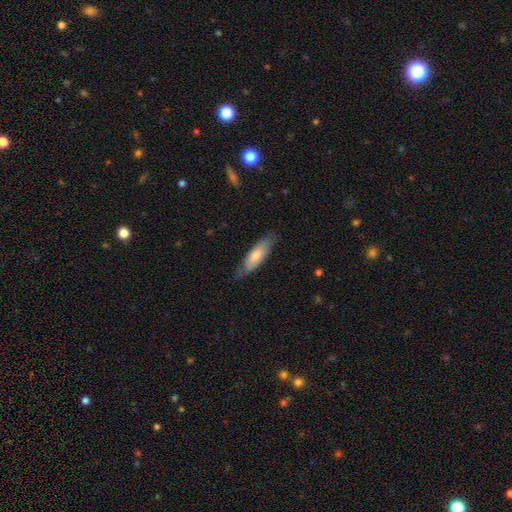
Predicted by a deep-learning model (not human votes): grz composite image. It shows a smooth galaxy with no disk features (70%) that is in between round and cigar-shaped (52%). Merging: none (73%).